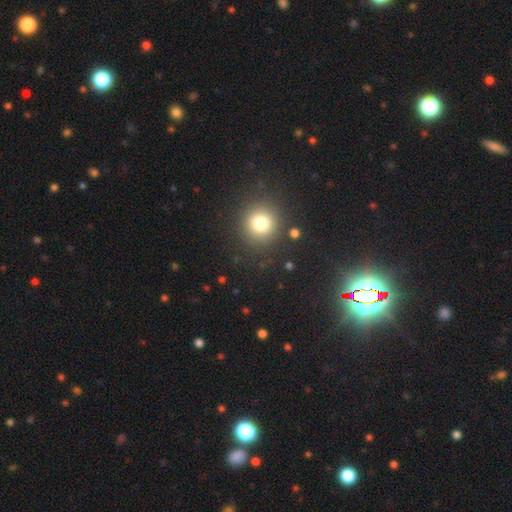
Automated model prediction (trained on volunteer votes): A smooth galaxy with no disk features (49%).

Vote fractions:
- Smooth or featured? smooth: 49% / star or artifact: 44% / featured or disk: 7%
- Merging? none: 90% / minor disturbance: 5% / major disturbance: 2% / merger: 2%